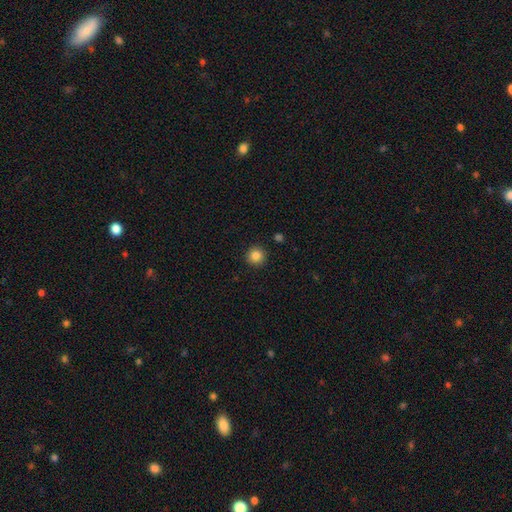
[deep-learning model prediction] The model was most divided on "smooth or featured": smooth: 85%, star or artifact: 10%, featured or disk: 5%. More confident: how rounded — round (95%); merging — none (92%).